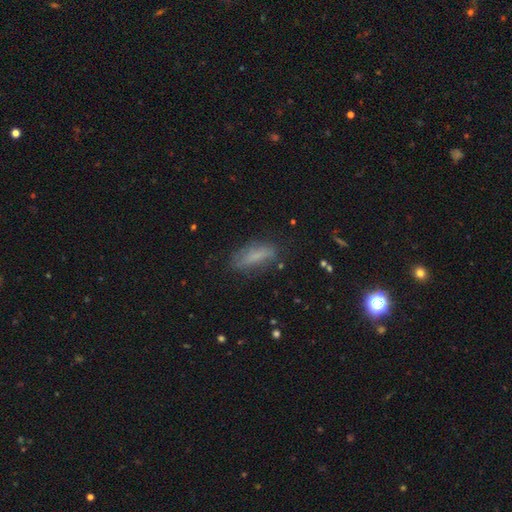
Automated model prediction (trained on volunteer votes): This appears to be a smooth galaxy with no disk features (68%) that is cigar-shaped (49%). Merging: none (70%).